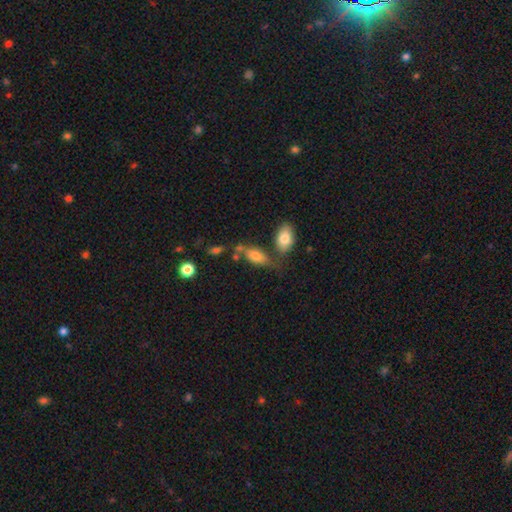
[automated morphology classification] type=smooth (75%); roundness=in between (86%); merging=none (50%).